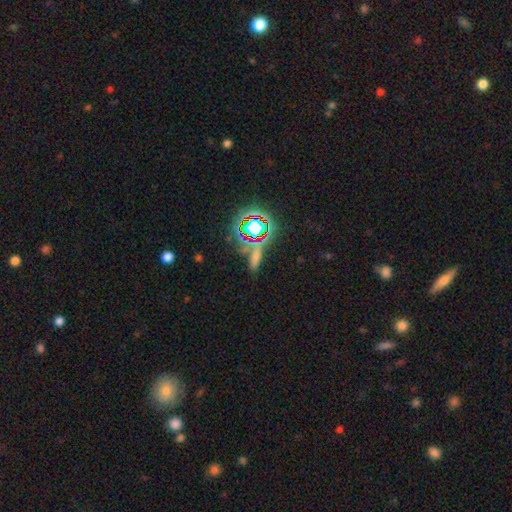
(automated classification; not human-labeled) smooth-or-featured: smooth: 45% | star or artifact: 42% | featured or disk: 13%
  merging: none: 63% | minor disturbance: 15% | merger: 14% | major disturbance: 8%